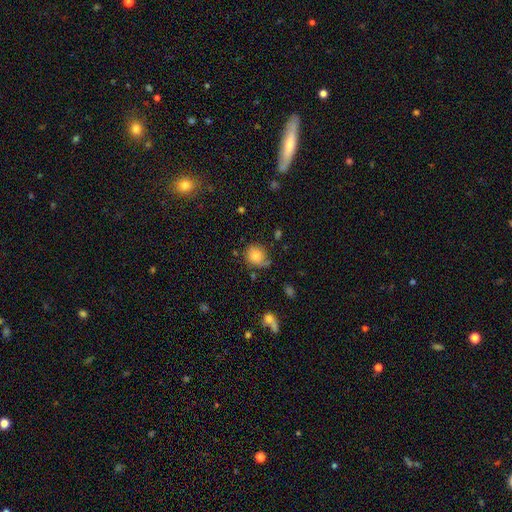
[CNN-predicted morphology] smooth 78%, featured or disk 12%, star or artifact 10%. Down the decision tree: how rounded — round (65%); merging — none (60%).